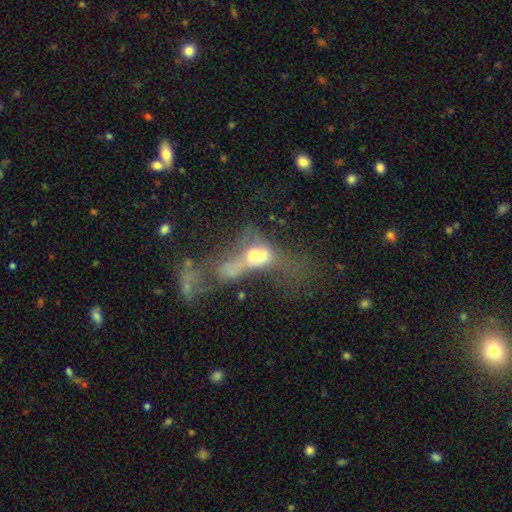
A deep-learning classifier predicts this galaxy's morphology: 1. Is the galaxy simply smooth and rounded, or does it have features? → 51% featured or disk, 32% smooth, 17% star or artifact.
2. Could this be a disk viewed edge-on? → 87% no, 13% yes.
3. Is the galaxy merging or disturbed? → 56% merger, 30% major disturbance, 8% none, 5% minor disturbance.